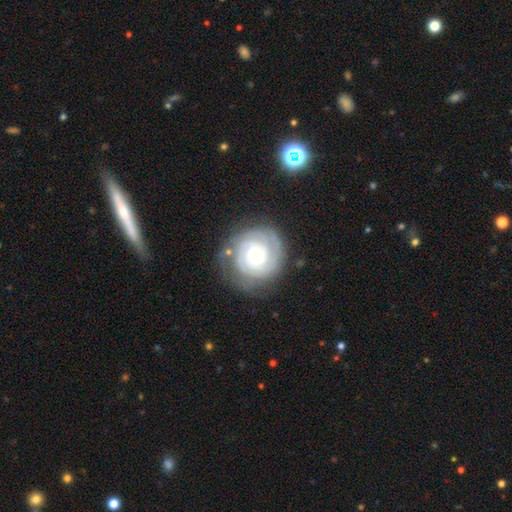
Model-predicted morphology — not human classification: This is clearly a featured or disk galaxy (85%). It is clearly not viewed edge-on (98%). Bar: likely no (74%). Spiral arm pattern: clearly yes (97%). Spiral arm count: marginally 2 (30%). Spiral winding: clearly tight (83%). Central bulge: possibly small (51%). Merging: likely none (75%).